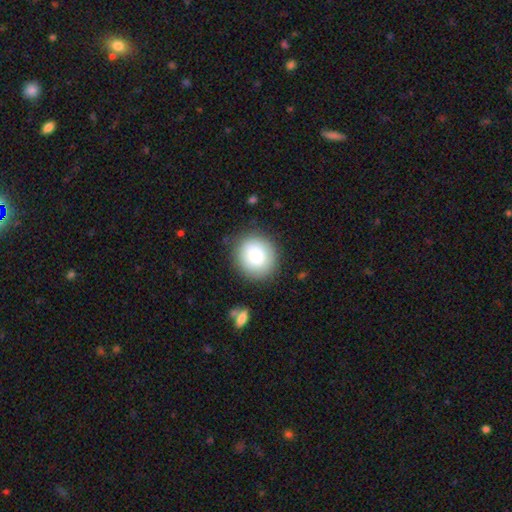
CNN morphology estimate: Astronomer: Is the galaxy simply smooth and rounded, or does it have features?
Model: smooth — 82%.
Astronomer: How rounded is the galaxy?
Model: round — 88%.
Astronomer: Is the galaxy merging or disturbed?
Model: none — 85%.